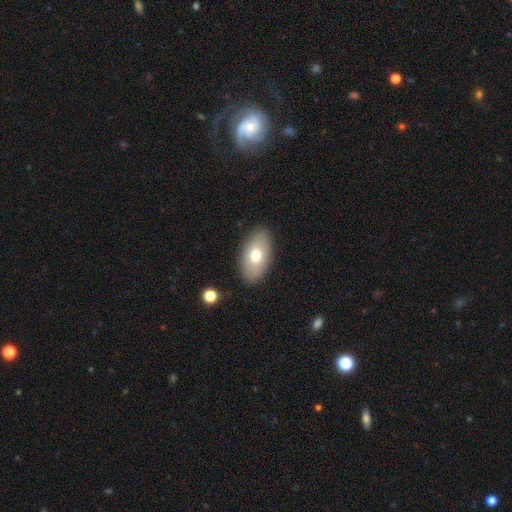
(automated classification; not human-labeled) The model was most divided on "smooth or featured": smooth: 72%, featured or disk: 21%, star or artifact: 8%. More confident: how rounded — in between (93%); merging — none (87%).